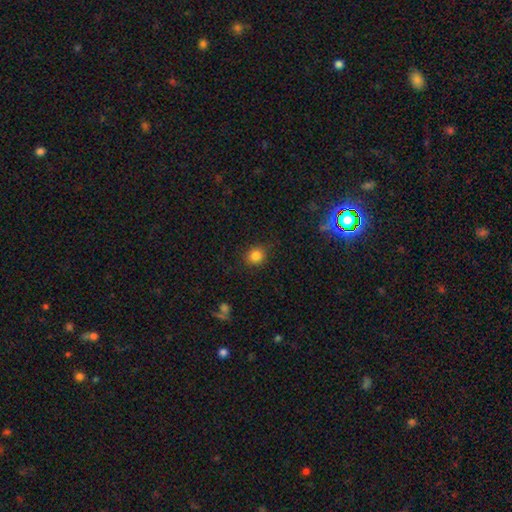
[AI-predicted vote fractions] Overall: smooth (84%). How rounded: round (81%). Merging: none (86%).